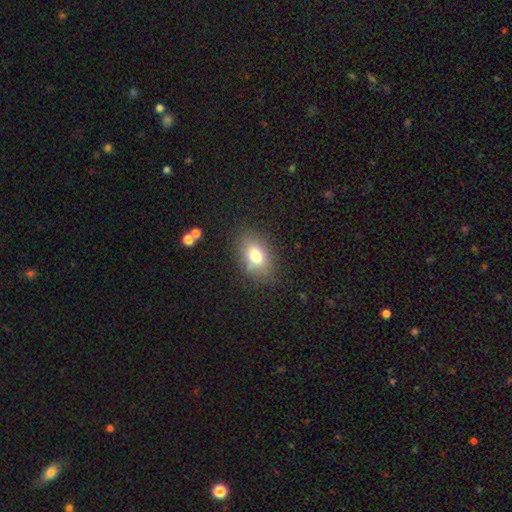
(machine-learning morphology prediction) A smooth galaxy with no disk features (74%) that is in between round and cigar-shaped (80%). Merging: none (79%).